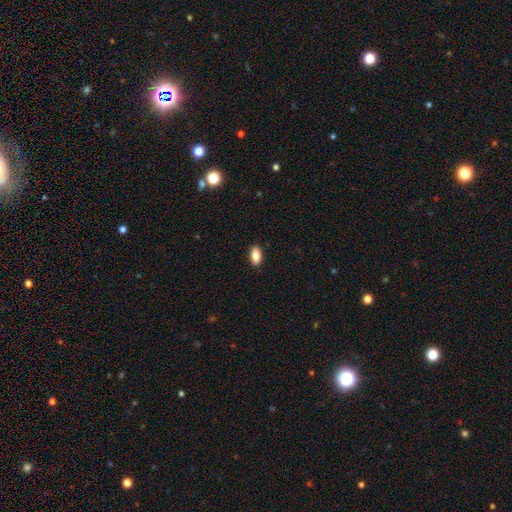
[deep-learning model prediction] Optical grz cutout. It shows a smooth galaxy with no disk features (85%) that is in between round and cigar-shaped (91%). Merging: none (89%).